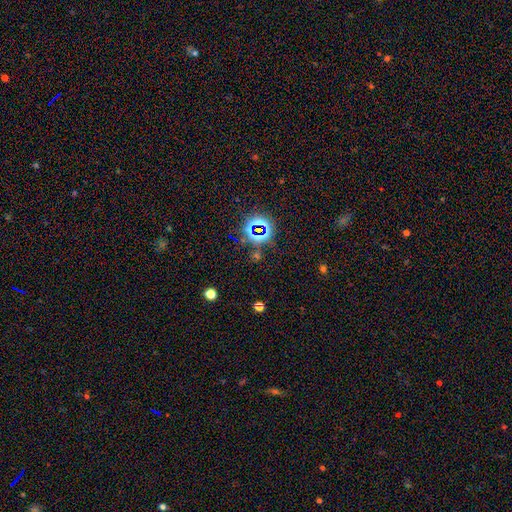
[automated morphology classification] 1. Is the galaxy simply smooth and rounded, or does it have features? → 72% star or artifact, 21% smooth, 8% featured or disk.